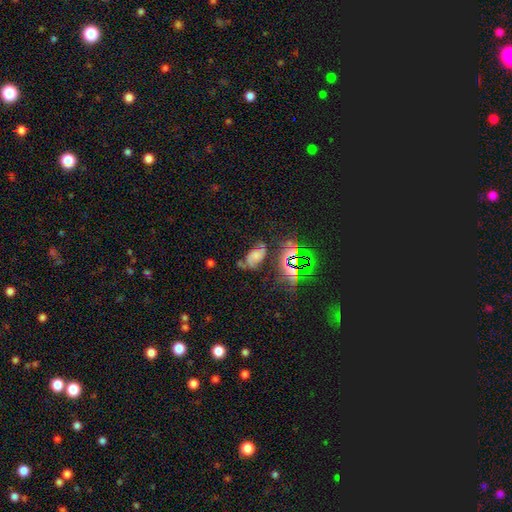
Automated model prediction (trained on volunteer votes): A featured or disk galaxy (40%). Merging: none (44%).